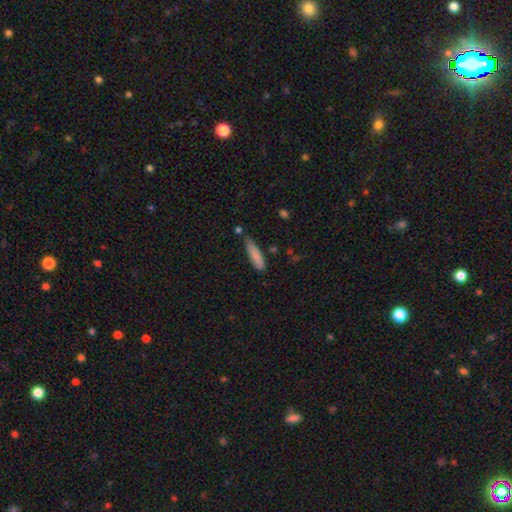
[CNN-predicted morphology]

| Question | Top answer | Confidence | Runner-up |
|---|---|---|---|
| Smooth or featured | smooth | 82% | featured or disk (11%) |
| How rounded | cigar-shaped | 70% | in between (28%) |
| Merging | none | 66% | minor disturbance (25%) |